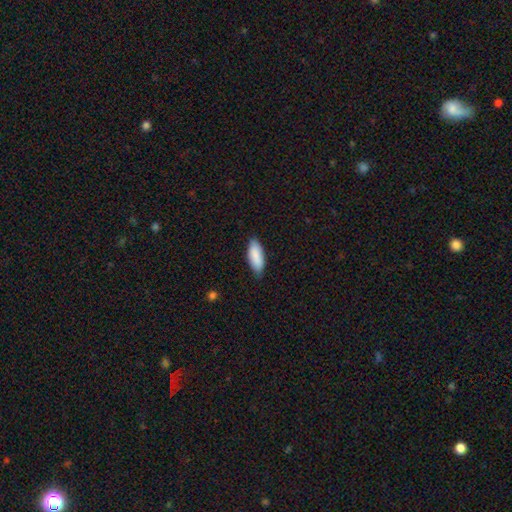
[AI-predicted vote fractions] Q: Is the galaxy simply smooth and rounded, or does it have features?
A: smooth — 89%.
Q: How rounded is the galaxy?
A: in between — 80%.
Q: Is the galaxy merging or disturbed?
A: none — 82%.